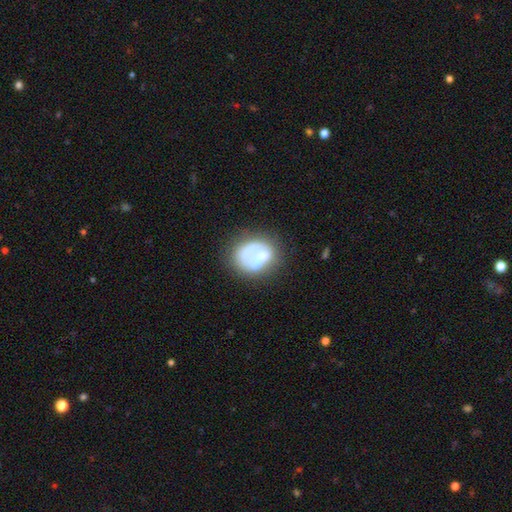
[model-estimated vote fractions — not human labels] Smooth or featured? featured or disk (49%)
Merging? none (37%)